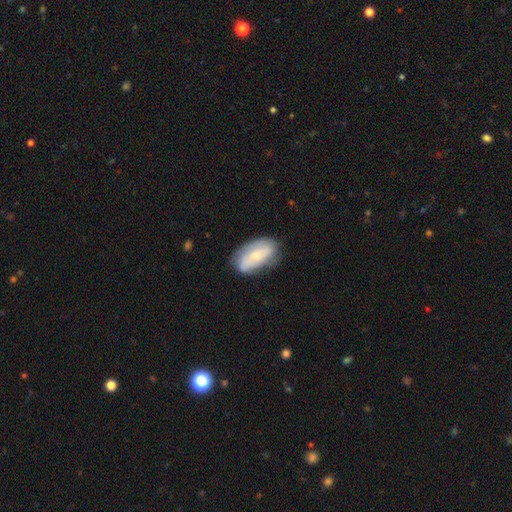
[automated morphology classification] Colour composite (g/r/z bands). It shows a featured or disk galaxy (48%). Merging: none (66%).